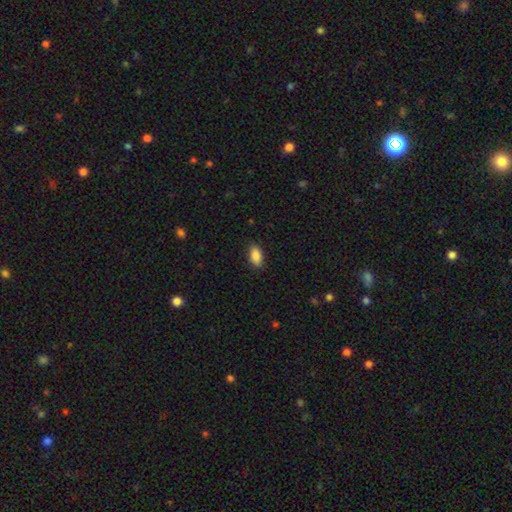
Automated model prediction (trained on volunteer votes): Morphology: type=smooth (88%); roundness=in between (92%); merging=none (84%).